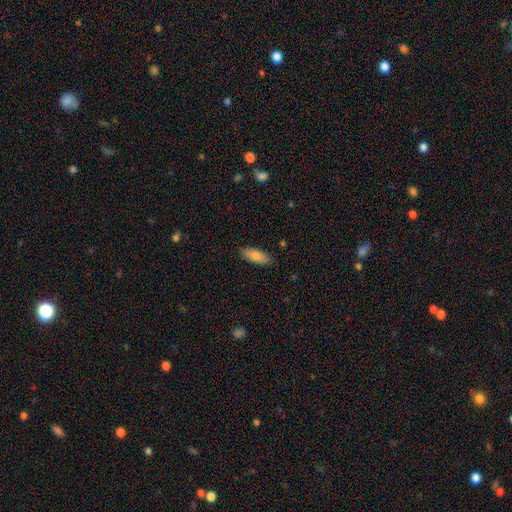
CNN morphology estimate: Smooth or featured? smooth (80%)
How rounded? in between (82%)
Merging? none (86%)